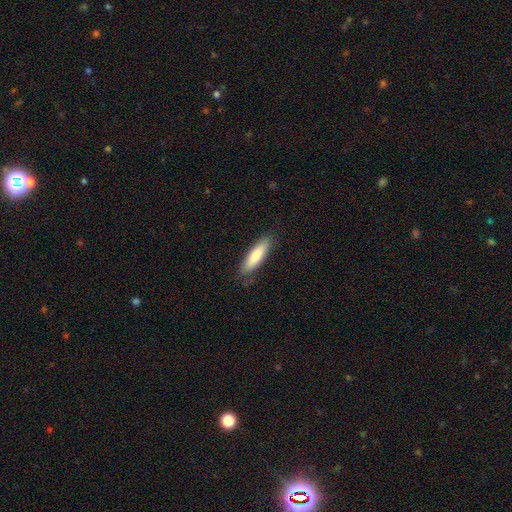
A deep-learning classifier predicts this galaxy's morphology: Q: Smooth or featured?
A: smooth (79%); runner-up: featured or disk (15%)
Q: How rounded?
A: cigar-shaped (66%); runner-up: in between (32%)
Q: Merging?
A: none (85%); runner-up: minor disturbance (12%)